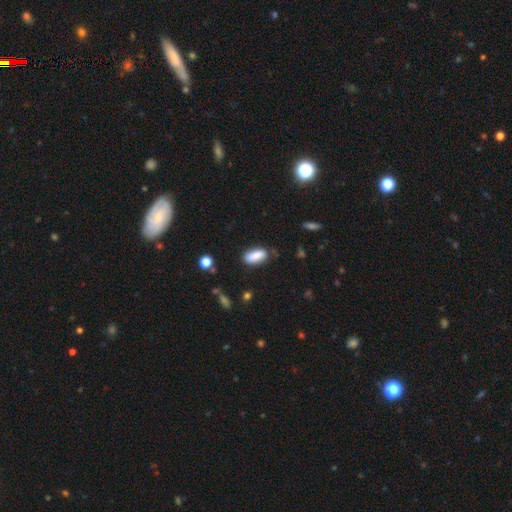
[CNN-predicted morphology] Smooth or featured: smooth — 83% (featured or disk — 10%)
How rounded: in between — 83% (cigar-shaped — 15%)
Merging: none — 76% (minor disturbance — 17%)